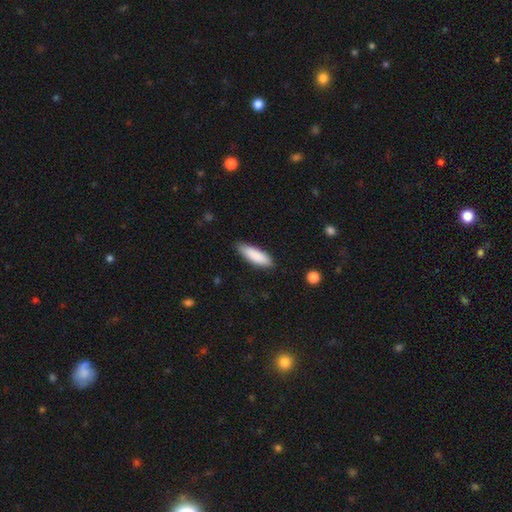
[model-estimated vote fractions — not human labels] smooth 88%, featured or disk 7%, star or artifact 5%. Down the decision tree: how rounded — in between (53%); merging — none (84%).